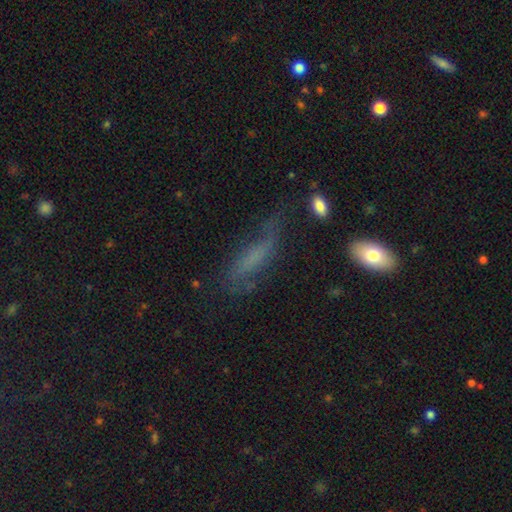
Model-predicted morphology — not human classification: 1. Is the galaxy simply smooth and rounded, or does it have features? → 53% smooth, 34% featured or disk, 13% star or artifact.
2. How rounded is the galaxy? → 58% cigar-shaped, 39% in between, 4% round.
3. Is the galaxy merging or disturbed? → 44% none, 28% minor disturbance, 24% major disturbance, 4% merger.